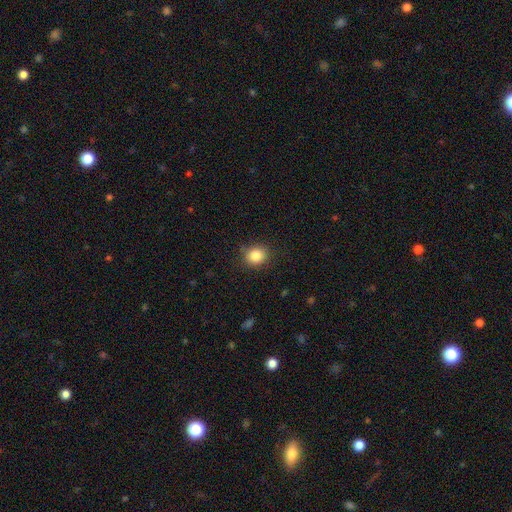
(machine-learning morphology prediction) type=smooth (84%); roundness=round (78%); merging=none (87%).